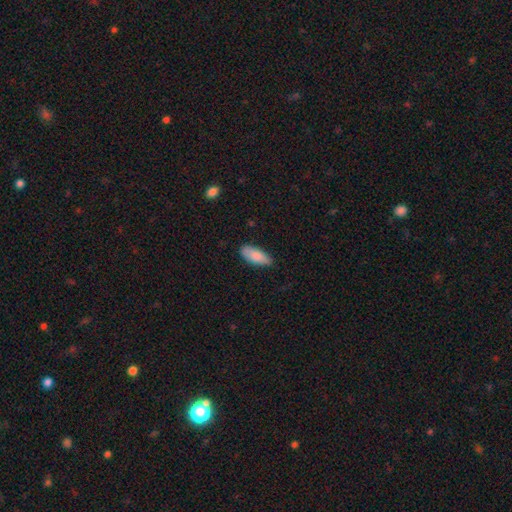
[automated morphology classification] Overall: smooth (86%). How rounded: in between (81%). Merging: none (80%).